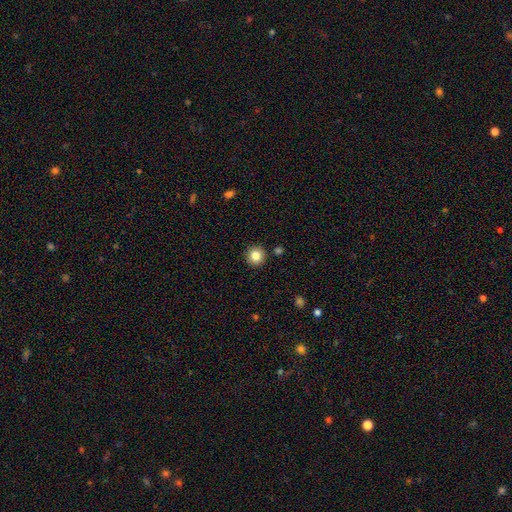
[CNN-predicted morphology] Smooth or featured? smooth (84%)
How rounded? round (95%)
Merging? none (91%)